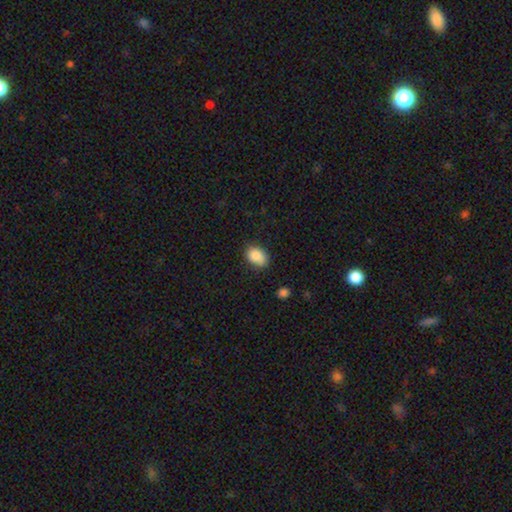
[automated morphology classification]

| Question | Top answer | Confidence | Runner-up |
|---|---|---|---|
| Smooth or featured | smooth | 88% | star or artifact (8%) |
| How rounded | in between | 81% | round (18%) |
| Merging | none | 79% | minor disturbance (16%) |